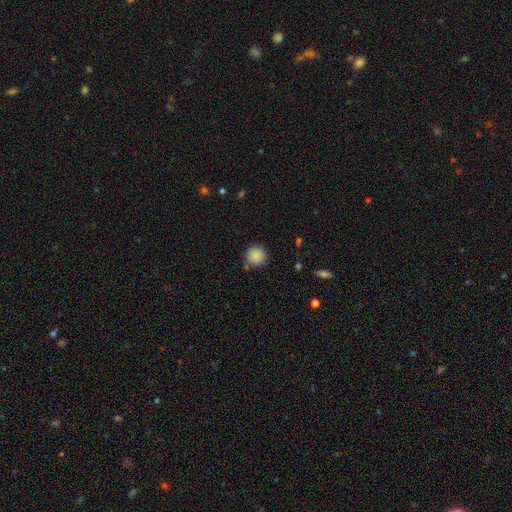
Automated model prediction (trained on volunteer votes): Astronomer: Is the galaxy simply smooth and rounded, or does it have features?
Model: smooth — 88%.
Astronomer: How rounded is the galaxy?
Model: round — 94%.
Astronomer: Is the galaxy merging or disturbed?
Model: none — 83%.